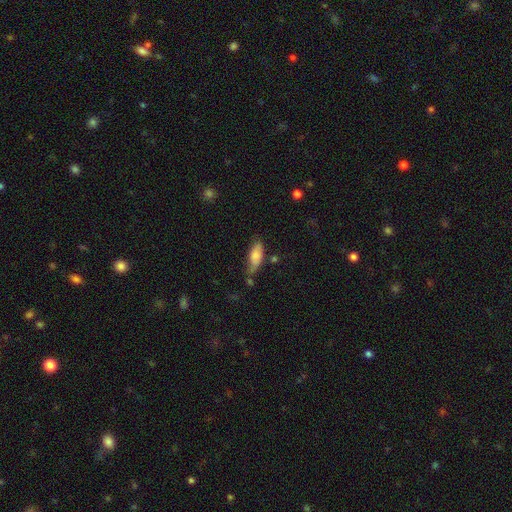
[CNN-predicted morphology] Smooth or featured? Predicted: smooth (p=0.75). How rounded? Predicted: in between (p=0.76). Merging? Predicted: none (p=0.52).